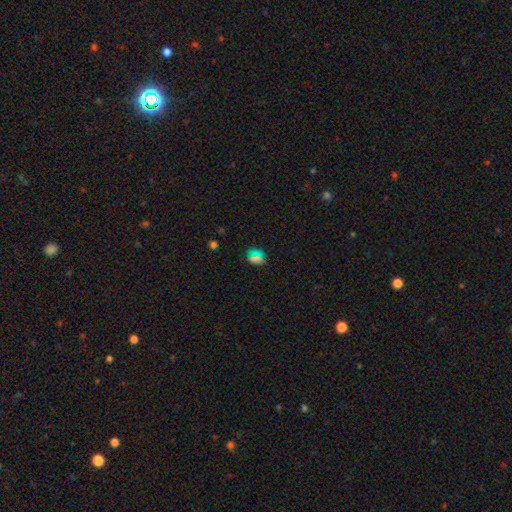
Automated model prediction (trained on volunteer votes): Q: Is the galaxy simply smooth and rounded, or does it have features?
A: smooth — 62%.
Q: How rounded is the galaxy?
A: round — 64%.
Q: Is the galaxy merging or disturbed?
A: none — 82%.